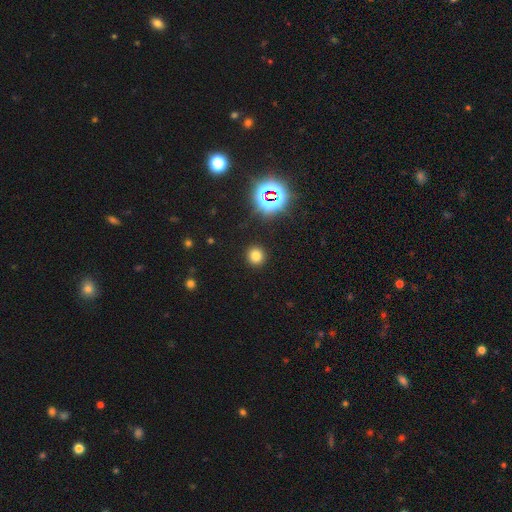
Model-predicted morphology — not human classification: Smooth or featured?
  - smooth: 74% *
  - star or artifact: 20%
  - featured or disk: 6%
How rounded?
  - round: 91% *
  - in between: 8%
  - cigar-shaped: 1%
Merging?
  - none: 91% *
  - minor disturbance: 5%
  - major disturbance: 2%
  - merger: 1%